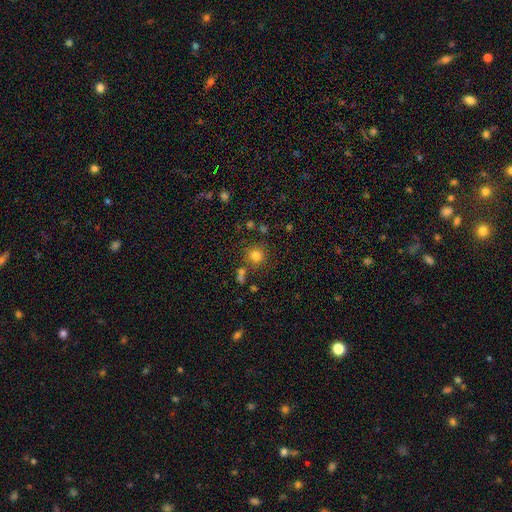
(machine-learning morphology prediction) type=smooth (79%); roundness=round (91%); merging=none (76%).